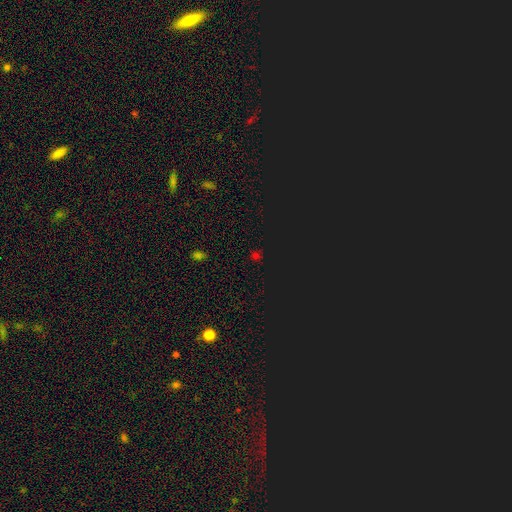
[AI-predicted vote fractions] smooth-or-featured: star or artifact: 60% | smooth: 35% | featured or disk: 6%